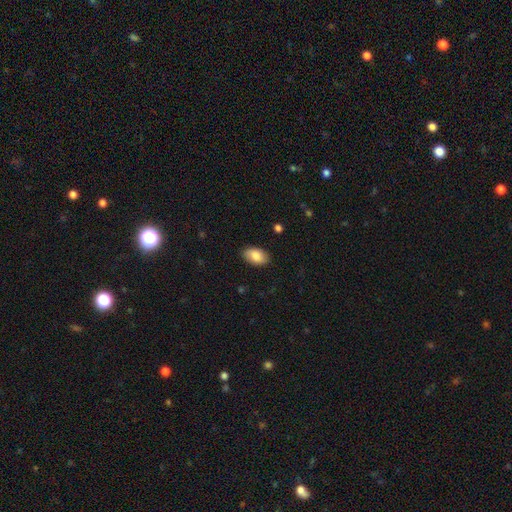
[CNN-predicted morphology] smooth_or_featured: smooth (p=0.85) [alt: featured or disk p=0.09]
how_rounded: in between (p=0.93) [alt: round p=0.06]
merging: none (p=0.87) [alt: minor disturbance p=0.10]